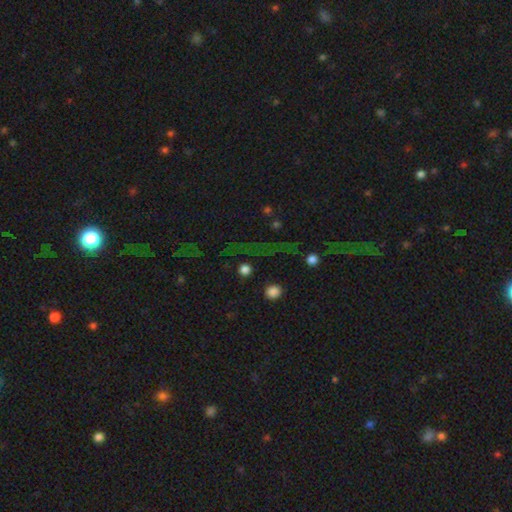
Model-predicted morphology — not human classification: Overall: star or artifact (67%).